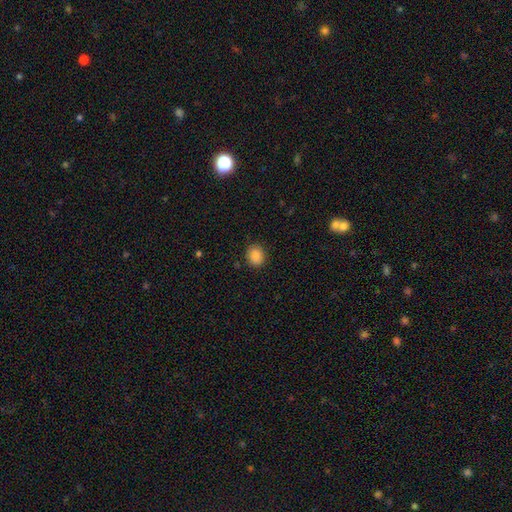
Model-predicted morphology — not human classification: Overall: smooth (87%). How rounded: round (66%; in between 33%). Merging: none (88%).